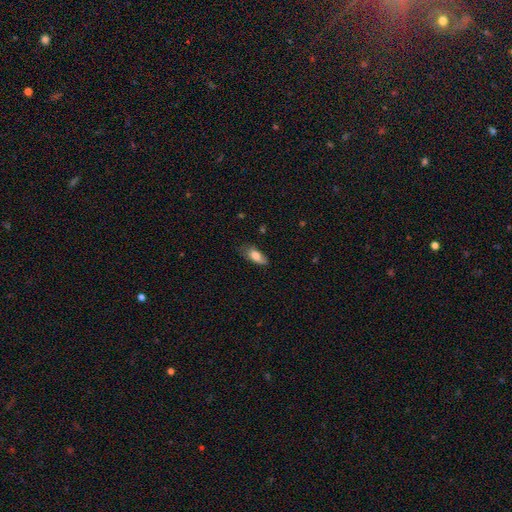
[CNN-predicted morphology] This is likely a smooth galaxy (77%). How rounded: clearly in between (82%). Merging: possibly none (55%).